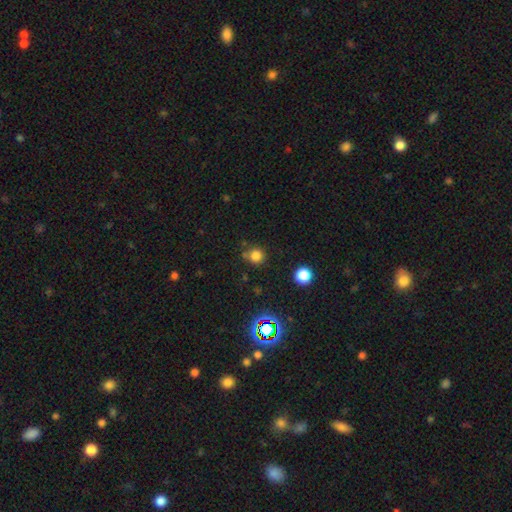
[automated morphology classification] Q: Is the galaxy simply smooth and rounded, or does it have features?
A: smooth — 77%.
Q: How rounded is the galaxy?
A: round — 90%.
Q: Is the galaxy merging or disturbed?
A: none — 73%.